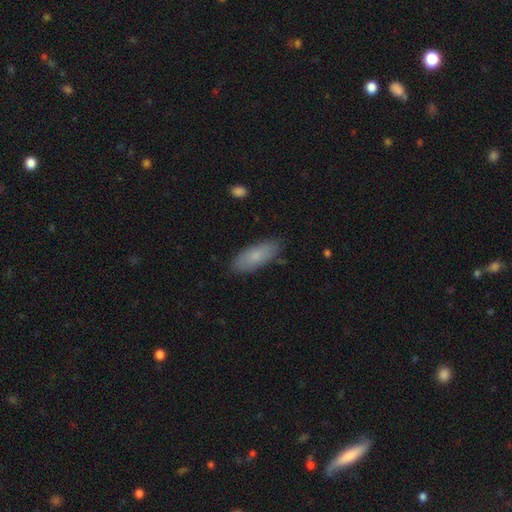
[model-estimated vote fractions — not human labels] Q: Smooth or featured?
A: smooth (79%); runner-up: featured or disk (15%)
Q: How rounded?
A: in between (72%); runner-up: cigar-shaped (26%)
Q: Merging?
A: none (84%); runner-up: minor disturbance (13%)